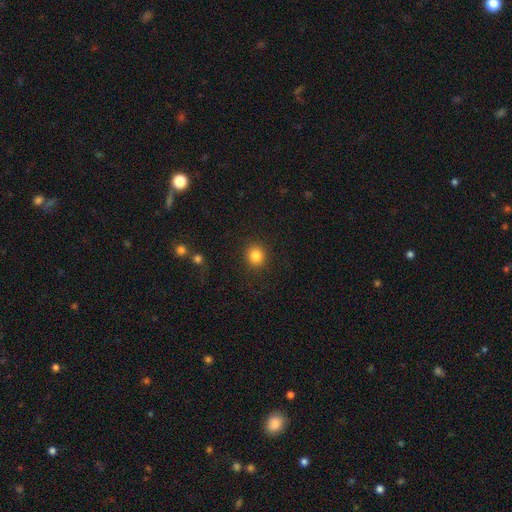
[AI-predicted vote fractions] smooth 85%, star or artifact 10%, featured or disk 5%. Down the decision tree: how rounded — round (87%); merging — none (90%).